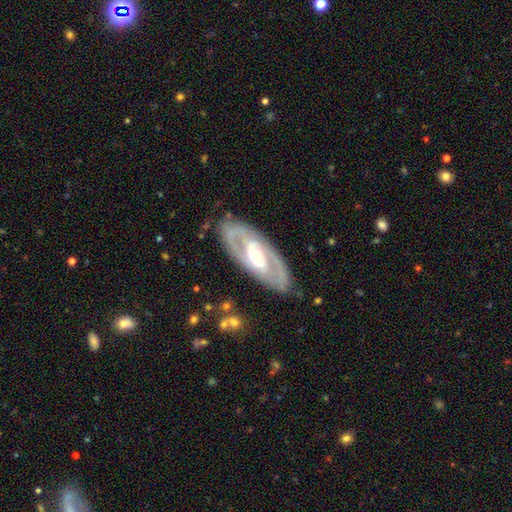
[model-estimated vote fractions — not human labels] A featured or disk galaxy (82%) with no bar (41%), 2 (78%) tight (45%) spiral arms (76%) and a moderate central bulge (69%). Merging: none (84%).